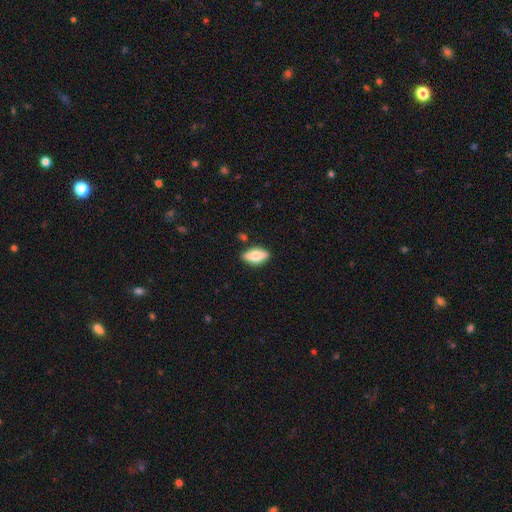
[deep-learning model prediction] Q: Smooth or featured?
A: smooth (68%); runner-up: featured or disk (25%)
Q: How rounded?
A: in between (81%); runner-up: cigar-shaped (16%)
Q: Merging?
A: none (82%); runner-up: minor disturbance (12%)